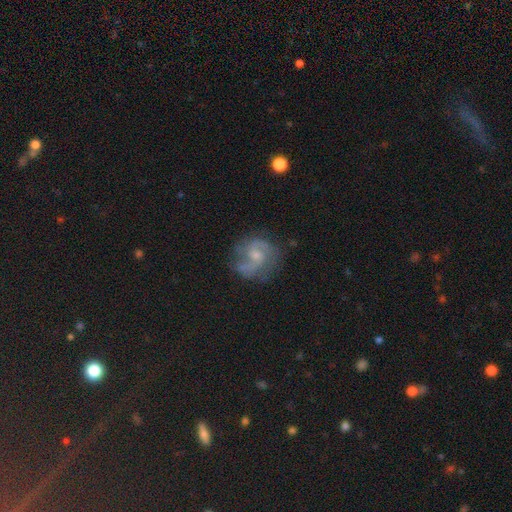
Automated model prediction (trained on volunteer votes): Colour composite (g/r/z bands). It shows a featured or disk galaxy (78%) with no bar (53%), 2 (78%) medium (52%) spiral arms (93%) and a small central bulge (51%). Merging: none (67%).